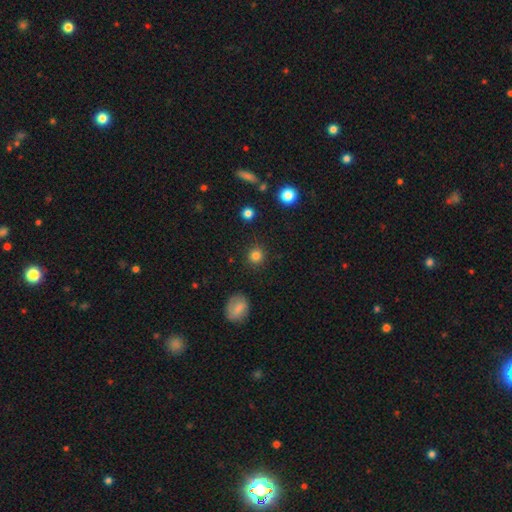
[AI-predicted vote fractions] smooth 82%, star or artifact 12%, featured or disk 6%. Down the decision tree: how rounded — round (90%); merging — none (89%).